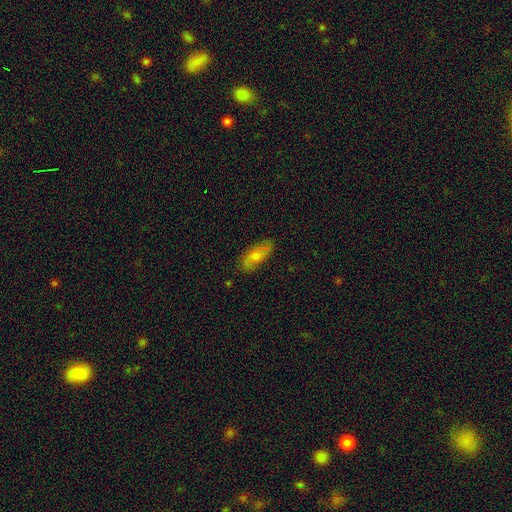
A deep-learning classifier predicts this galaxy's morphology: Overall: smooth (57%; featured or disk 34%). How rounded: in between (84%). Merging: none (75%).